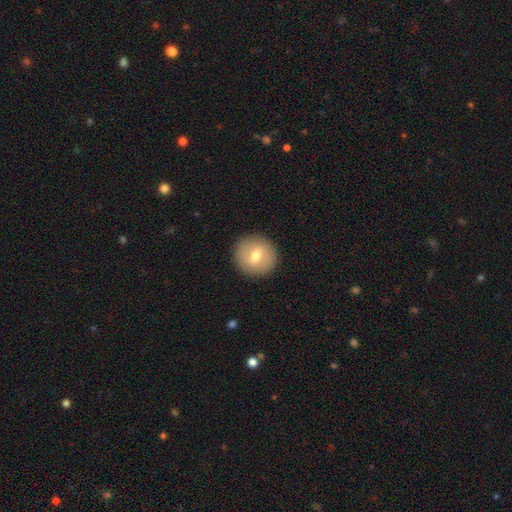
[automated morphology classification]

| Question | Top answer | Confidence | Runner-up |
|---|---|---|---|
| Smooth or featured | smooth | 64% | featured or disk (28%) |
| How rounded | round | 92% | in between (7%) |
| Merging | none | 90% | minor disturbance (7%) |